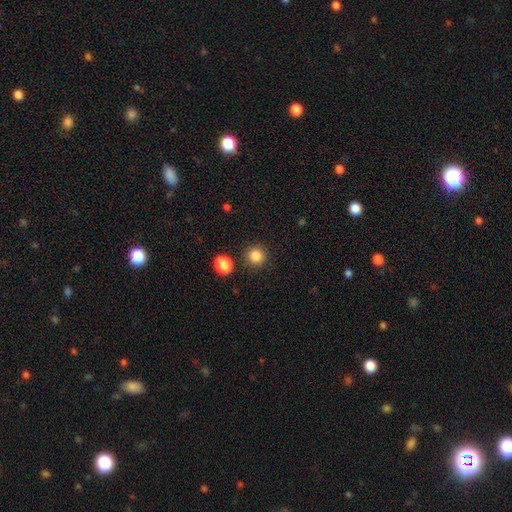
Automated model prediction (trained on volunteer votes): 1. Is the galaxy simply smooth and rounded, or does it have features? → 85% smooth, 12% star or artifact, 4% featured or disk.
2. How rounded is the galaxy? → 92% round, 7% in between, 1% cigar-shaped.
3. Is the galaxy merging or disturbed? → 88% none, 6% minor disturbance, 3% merger, 2% major disturbance.